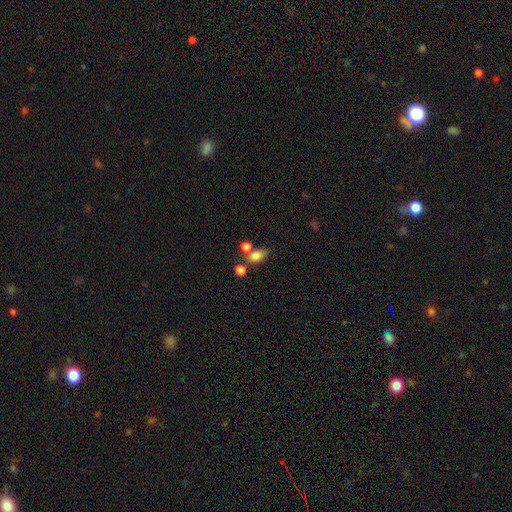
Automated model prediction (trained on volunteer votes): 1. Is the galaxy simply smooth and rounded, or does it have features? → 80% smooth, 11% star or artifact, 9% featured or disk.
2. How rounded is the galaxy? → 75% in between, 22% round, 3% cigar-shaped.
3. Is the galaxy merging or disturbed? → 47% none, 30% merger, 15% minor disturbance, 7% major disturbance.